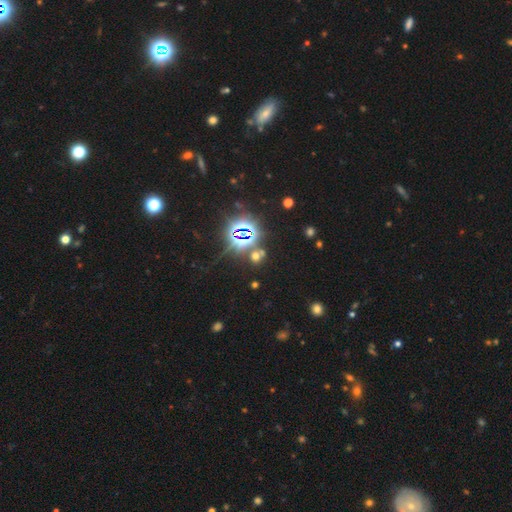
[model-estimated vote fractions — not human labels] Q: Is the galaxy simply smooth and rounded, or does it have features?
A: star or artifact — 59%.